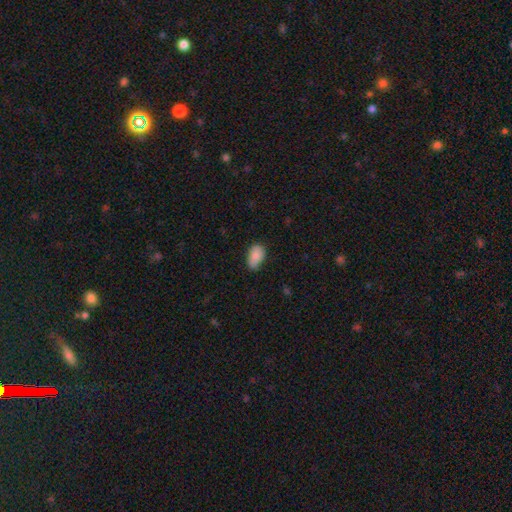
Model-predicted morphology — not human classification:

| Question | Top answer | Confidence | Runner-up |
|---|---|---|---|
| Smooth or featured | smooth | 83% | featured or disk (9%) |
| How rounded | in between | 90% | round (8%) |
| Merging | none | 63% | minor disturbance (31%) |